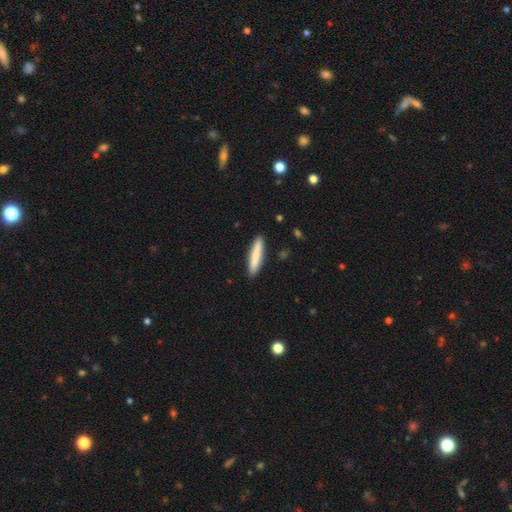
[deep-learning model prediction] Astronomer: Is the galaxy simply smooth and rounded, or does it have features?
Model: smooth — 82%.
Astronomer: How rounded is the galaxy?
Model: cigar-shaped — 90%.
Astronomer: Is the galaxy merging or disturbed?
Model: none — 90%.